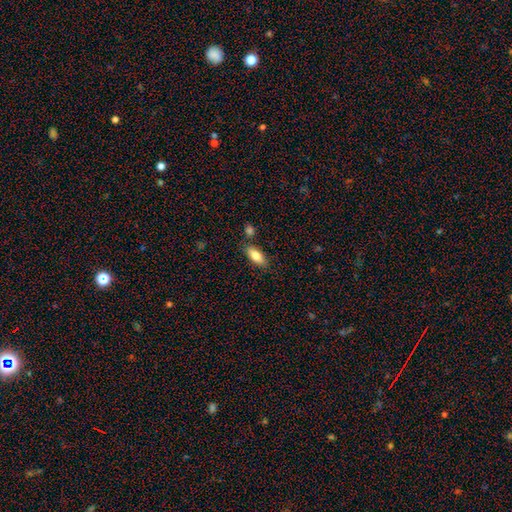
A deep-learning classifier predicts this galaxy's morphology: The model was most divided on "how rounded": in between: 79%, cigar-shaped: 19%, round: 2%. More confident: smooth or featured — smooth (80%); merging — none (79%).